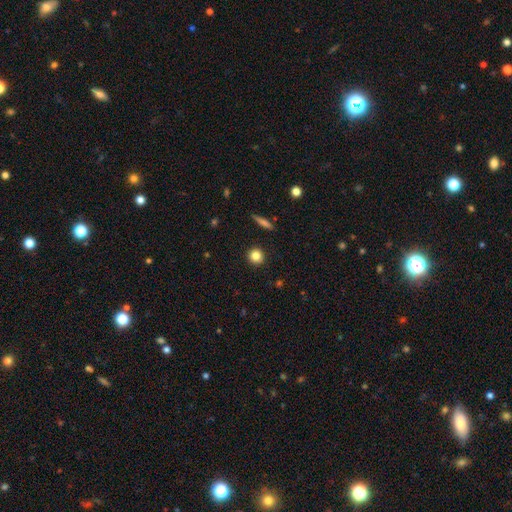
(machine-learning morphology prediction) A smooth galaxy with no disk features (83%) that is round (90%). Merging: none (92%).